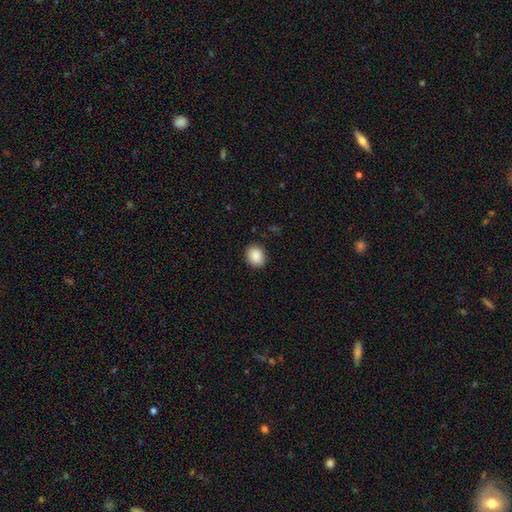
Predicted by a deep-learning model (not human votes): Smooth or featured? Predicted: smooth (p=0.89). How rounded? Predicted: round (p=0.53). Merging? Predicted: none (p=0.88).